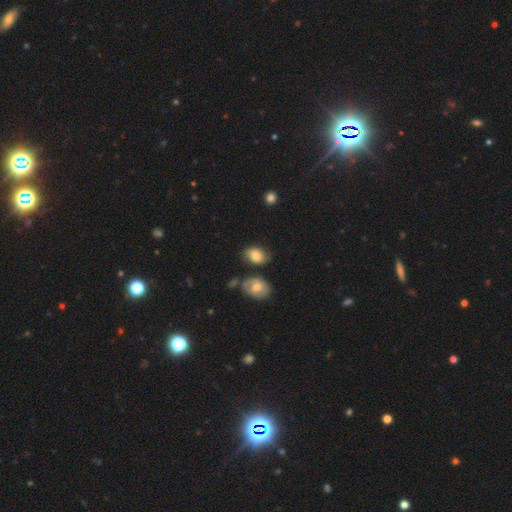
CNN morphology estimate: The model was most divided on "merging": none: 66%, minor disturbance: 21%, merger: 8%, major disturbance: 5%. More confident: how rounded — in between (84%); smooth or featured — smooth (80%).